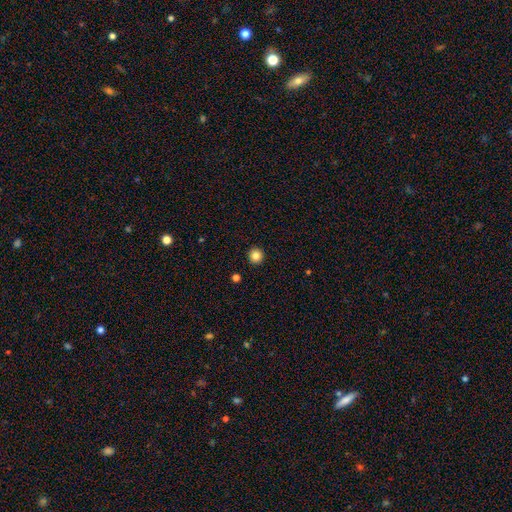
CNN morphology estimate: A smooth galaxy with no disk features (84%) that is round (93%).

Vote fractions:
- Smooth or featured? smooth: 84% / star or artifact: 11% / featured or disk: 5%
- How rounded? round: 93% / in between: 6% / cigar-shaped: 1%
- Merging? none: 93% / minor disturbance: 4% / major disturbance: 1% / merger: 1%